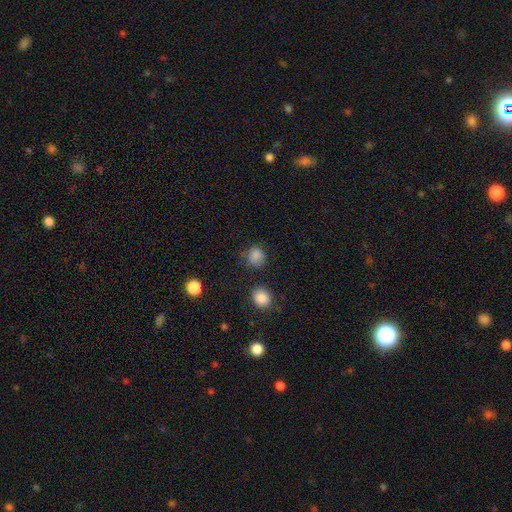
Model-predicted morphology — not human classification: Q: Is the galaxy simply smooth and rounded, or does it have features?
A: smooth — 84%.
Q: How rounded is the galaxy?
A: round — 85%.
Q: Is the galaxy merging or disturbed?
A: none — 77%.